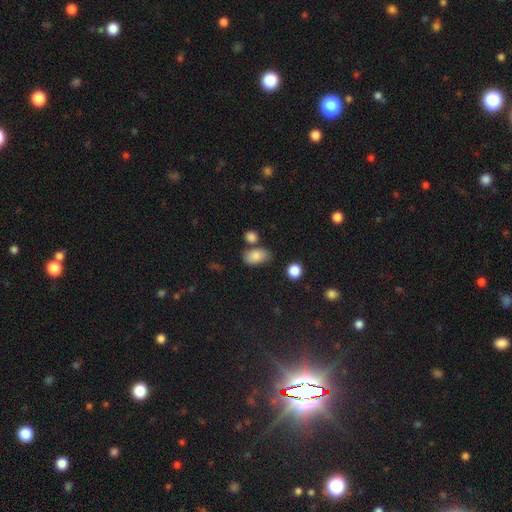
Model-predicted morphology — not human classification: Overall: smooth (84%). How rounded: in between (89%). Merging: none (66%).